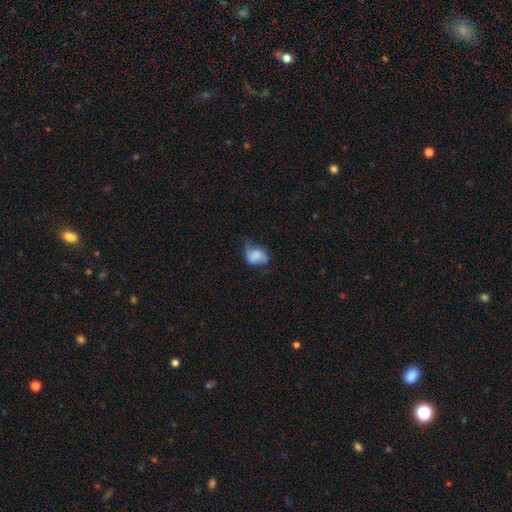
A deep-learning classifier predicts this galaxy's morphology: A smooth galaxy with no disk features (57%) that is in between round and cigar-shaped (72%). Merging: none (39%).